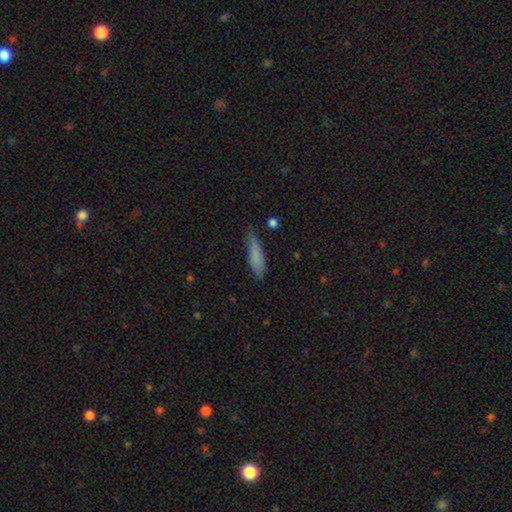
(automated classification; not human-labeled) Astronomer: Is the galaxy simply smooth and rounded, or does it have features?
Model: smooth — 81%.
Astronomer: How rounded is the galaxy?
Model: cigar-shaped — 72%.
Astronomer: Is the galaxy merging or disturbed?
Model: none — 70%.